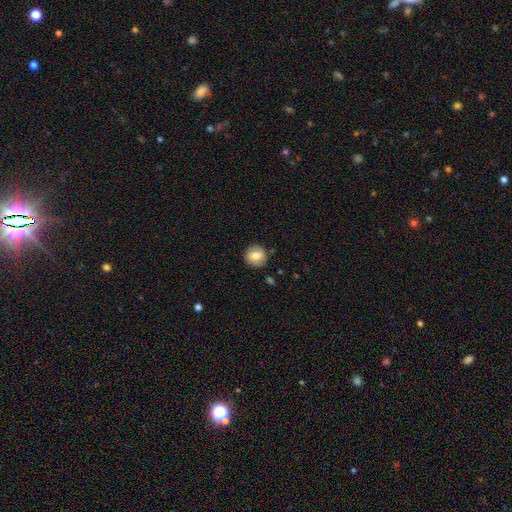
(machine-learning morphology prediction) smooth_or_featured: smooth (p=0.77) [alt: featured or disk p=0.14]
how_rounded: round (p=0.92) [alt: in between p=0.07]
merging: none (p=0.88) [alt: minor disturbance p=0.08]